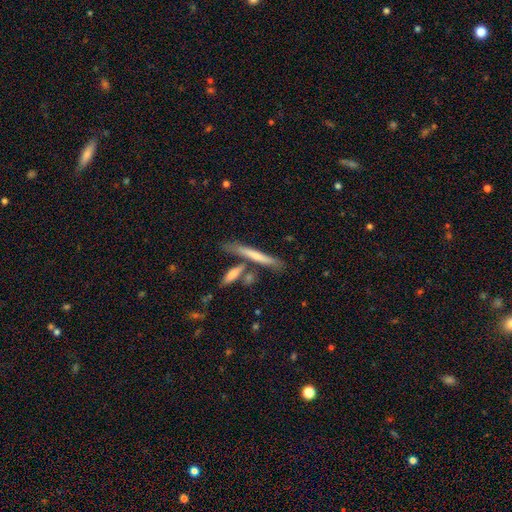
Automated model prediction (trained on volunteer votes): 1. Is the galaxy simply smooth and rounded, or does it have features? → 60% smooth, 34% featured or disk, 6% star or artifact.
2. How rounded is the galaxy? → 93% cigar-shaped, 5% in between, 2% round.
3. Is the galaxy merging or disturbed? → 68% none, 15% merger, 13% minor disturbance, 4% major disturbance.